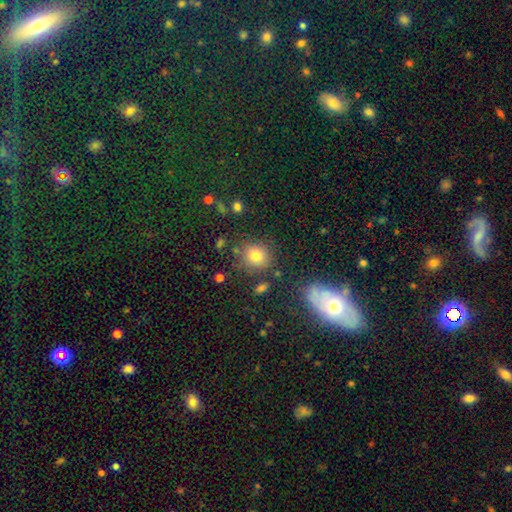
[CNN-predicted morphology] type=smooth (78%); roundness=round (78%); merging=none (78%).